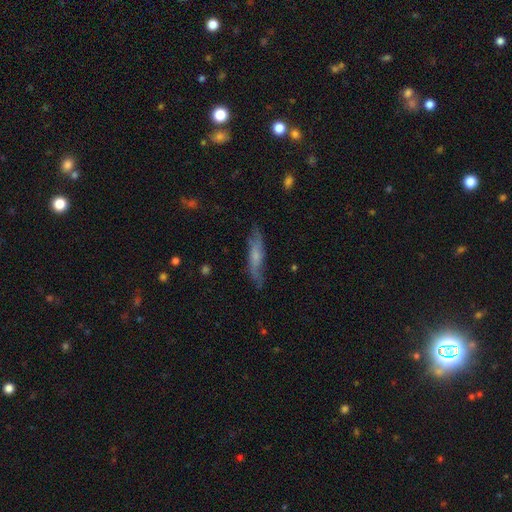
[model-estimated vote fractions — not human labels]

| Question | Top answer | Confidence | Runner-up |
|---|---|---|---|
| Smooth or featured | featured or disk | 47% | smooth (46%) |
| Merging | none | 69% | minor disturbance (22%) |